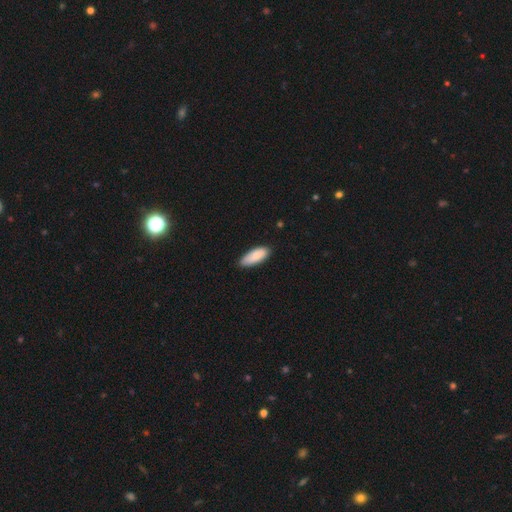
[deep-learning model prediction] Q: Smooth or featured?
A: smooth (87%); runner-up: featured or disk (7%)
Q: How rounded?
A: in between (77%); runner-up: cigar-shaped (21%)
Q: Merging?
A: none (78%); runner-up: minor disturbance (19%)